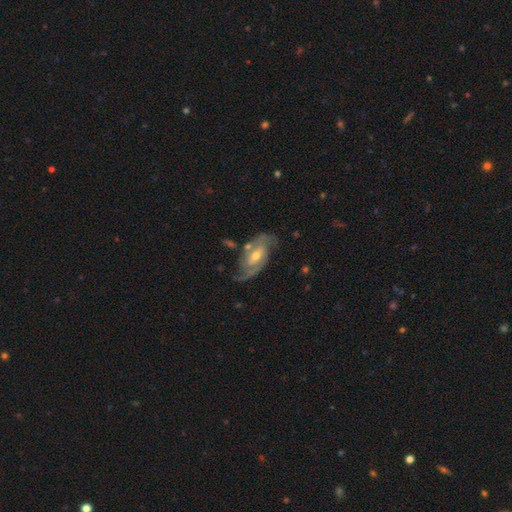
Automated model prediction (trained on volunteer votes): Smooth or featured?
  - featured or disk: 86% *
  - smooth: 8%
  - star or artifact: 6%
Edge-on disk?
  - no: 95% *
  - yes: 5%
Bar?
  - weak: 48% *
  - no: 29%
  - strong: 24%
Spiral arms?
  - yes: 96% *
  - no: 4%
Spiral winding?
  - medium: 50% *
  - tight: 31%
  - loose: 20%
Spiral arm count?
  - 2: 87% *
  - can't tell: 6%
  - 3: 3%
  - 1: 2%
  - 4: 1%
  - more than 4: 1%
Bulge size?
  - moderate: 55% *
  - small: 39%
  - large: 3%
  - none: 2%
  - dominant: 1%
Merging?
  - none: 71% *
  - minor disturbance: 16%
  - major disturbance: 7%
  - merger: 6%